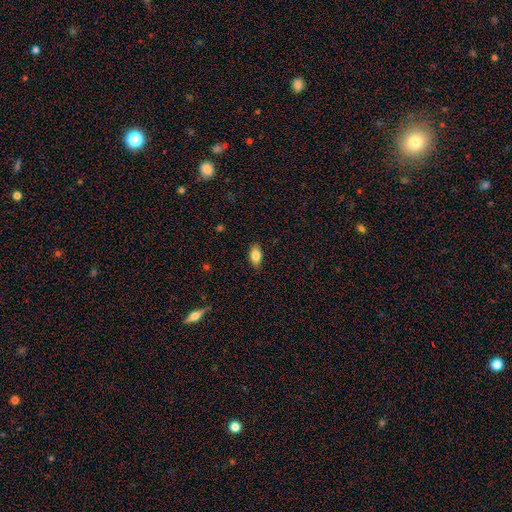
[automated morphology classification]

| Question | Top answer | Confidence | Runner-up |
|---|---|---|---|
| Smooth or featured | smooth | 81% | featured or disk (11%) |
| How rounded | in between | 89% | round (7%) |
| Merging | none | 86% | minor disturbance (11%) |